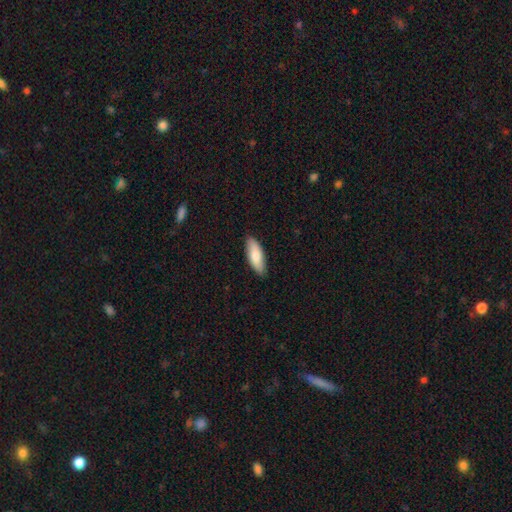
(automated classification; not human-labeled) Smooth or featured? Predicted: smooth (p=0.79). How rounded? Predicted: in between (p=0.72). Merging? Predicted: none (p=0.88).